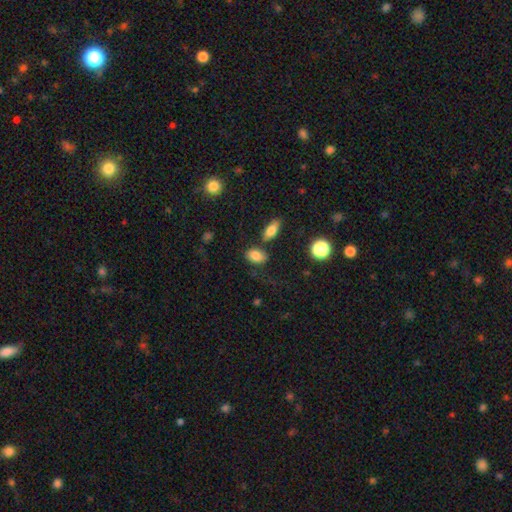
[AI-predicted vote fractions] This is clearly a smooth galaxy (83%). How rounded: clearly in between (81%). Merging: likely none (67%).